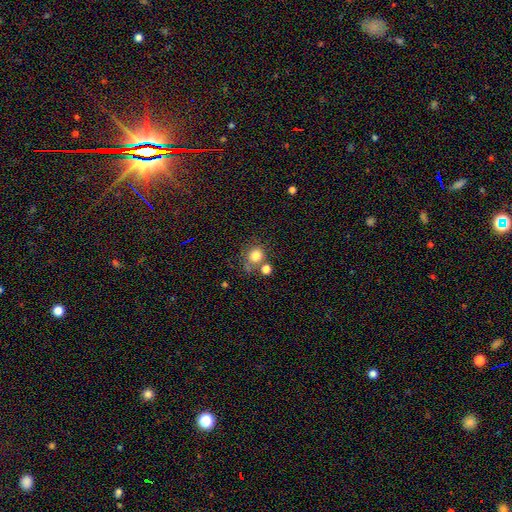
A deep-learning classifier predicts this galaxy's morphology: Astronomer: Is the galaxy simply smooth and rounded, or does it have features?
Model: smooth — 79%.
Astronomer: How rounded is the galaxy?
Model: round — 82%.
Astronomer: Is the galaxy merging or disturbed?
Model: none — 57%.